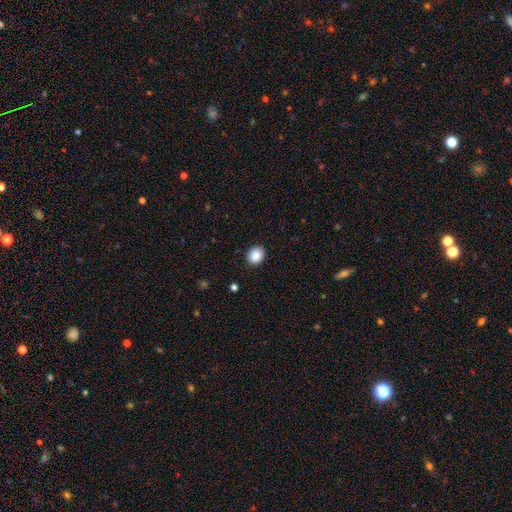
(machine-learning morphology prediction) Q: Smooth or featured?
A: smooth (88%); runner-up: star or artifact (9%)
Q: How rounded?
A: round (74%); runner-up: in between (26%)
Q: Merging?
A: none (90%); runner-up: minor disturbance (7%)